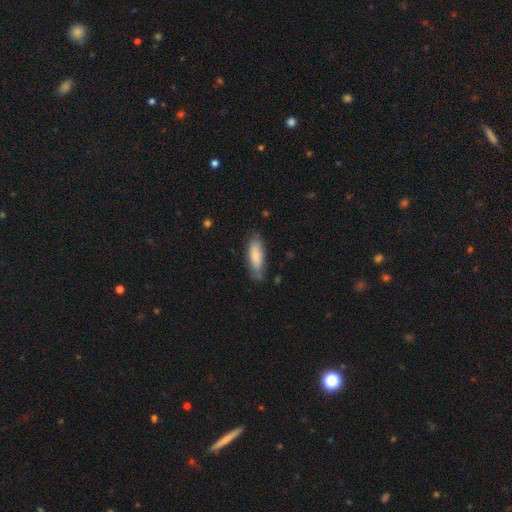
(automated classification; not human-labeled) This is clearly a smooth galaxy (81%). How rounded: likely in between (64%). Merging: likely none (72%).